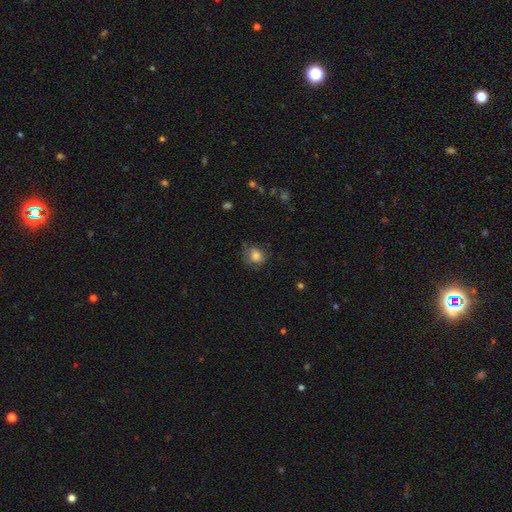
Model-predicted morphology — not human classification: smooth-or-featured: smooth: 77% | featured or disk: 13% | star or artifact: 9%
  how-rounded: round: 72% | in between: 27% | cigar-shaped: 1%
  merging: none: 60% | minor disturbance: 27% | major disturbance: 11% | merger: 2%